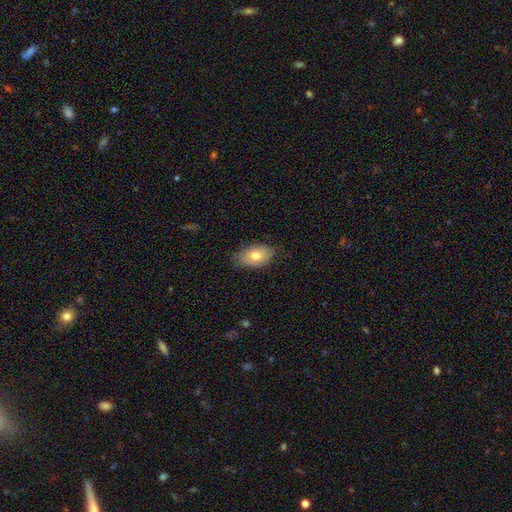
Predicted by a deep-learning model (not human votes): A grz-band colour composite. It shows a smooth galaxy with no disk features (73%) that is in between round and cigar-shaped (89%). Merging: none (76%).